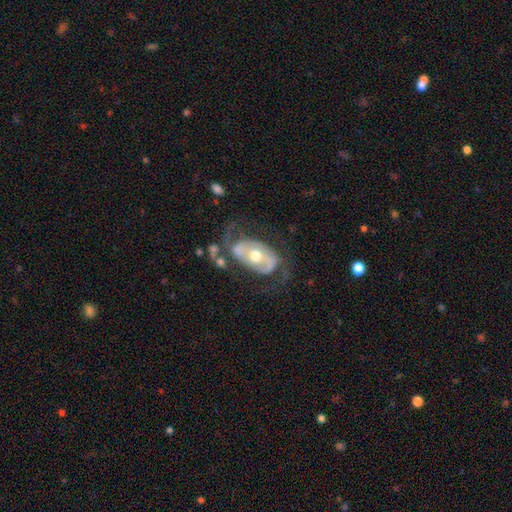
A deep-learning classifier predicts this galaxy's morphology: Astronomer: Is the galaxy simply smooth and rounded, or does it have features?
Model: featured or disk — 76%.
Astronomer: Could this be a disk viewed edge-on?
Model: no — 94%.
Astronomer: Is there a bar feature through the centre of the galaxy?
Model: no — 60%.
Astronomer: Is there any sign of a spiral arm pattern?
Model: yes — 75%.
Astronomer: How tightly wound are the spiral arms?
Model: medium — 40% (runner-up: loose, 36%).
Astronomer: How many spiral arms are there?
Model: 2 — 73%.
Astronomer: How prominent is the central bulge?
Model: moderate — 74%.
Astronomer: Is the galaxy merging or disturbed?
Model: none — 44% (runner-up: major disturbance, 28%).